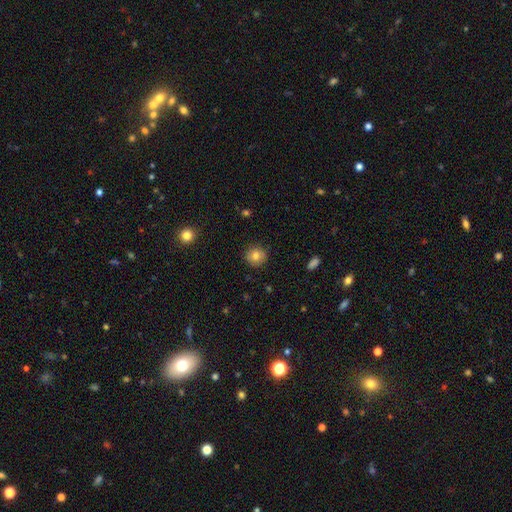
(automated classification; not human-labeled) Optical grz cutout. It shows a smooth galaxy with no disk features (78%) that is round (90%). Merging: none (88%).